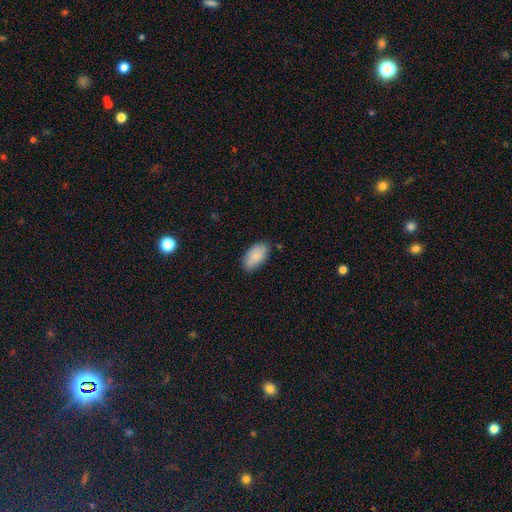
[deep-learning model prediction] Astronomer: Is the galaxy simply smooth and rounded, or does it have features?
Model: smooth — 85%.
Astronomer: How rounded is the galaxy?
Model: in between — 94%.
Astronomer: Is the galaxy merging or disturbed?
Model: none — 81%.